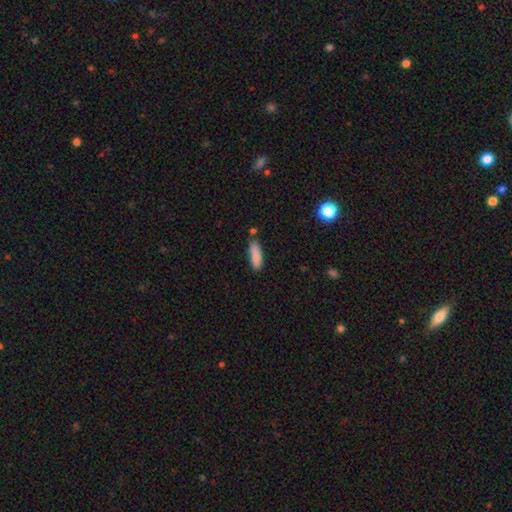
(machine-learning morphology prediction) Q: Smooth or featured?
A: smooth (88%); runner-up: star or artifact (7%)
Q: How rounded?
A: cigar-shaped (53%); runner-up: in between (46%)
Q: Merging?
A: none (76%); runner-up: minor disturbance (15%)